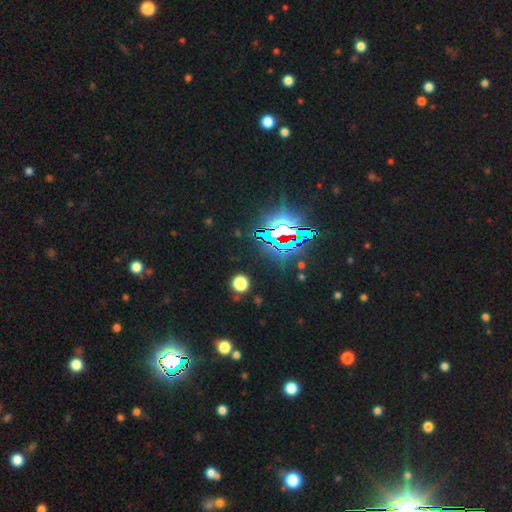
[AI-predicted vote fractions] star or artifact 84%, smooth 9%, featured or disk 7%.